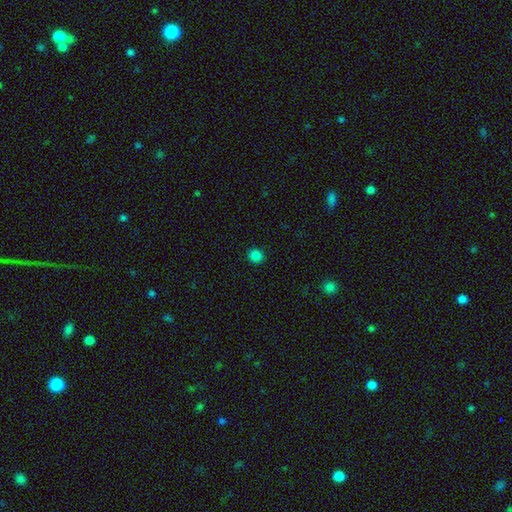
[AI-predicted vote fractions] A smooth galaxy with no disk features (84%) that is round (88%). Merging: none (92%).